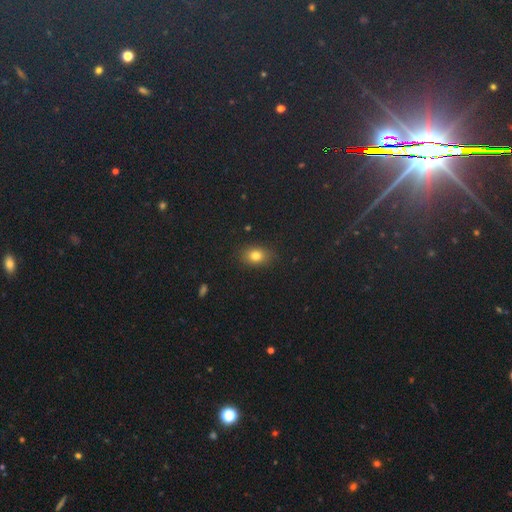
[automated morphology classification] The model was most divided on "how rounded": in between: 62%, round: 36%, cigar-shaped: 2%. More confident: merging — none (85%); smooth or featured — smooth (78%).